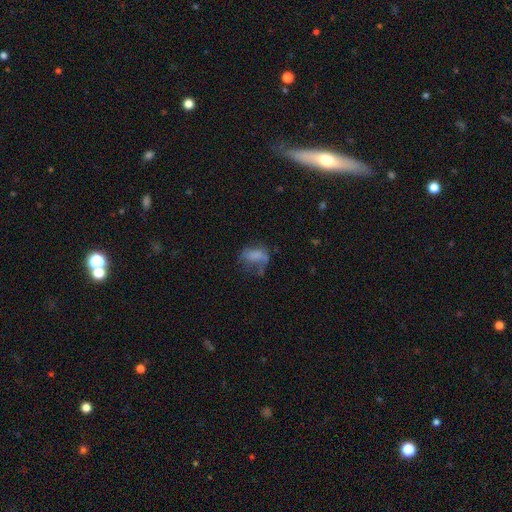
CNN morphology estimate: Smooth or featured?
  - smooth: 60% *
  - featured or disk: 27%
  - star or artifact: 13%
How rounded?
  - in between: 81% *
  - round: 15%
  - cigar-shaped: 4%
Merging?
  - major disturbance: 38% *
  - none: 31%
  - minor disturbance: 26%
  - merger: 6%